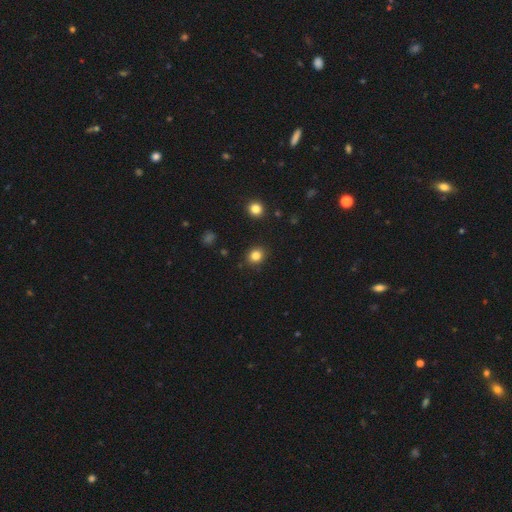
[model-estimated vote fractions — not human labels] This is clearly a smooth galaxy (83%). How rounded: likely round (74%). Merging: clearly none (90%).